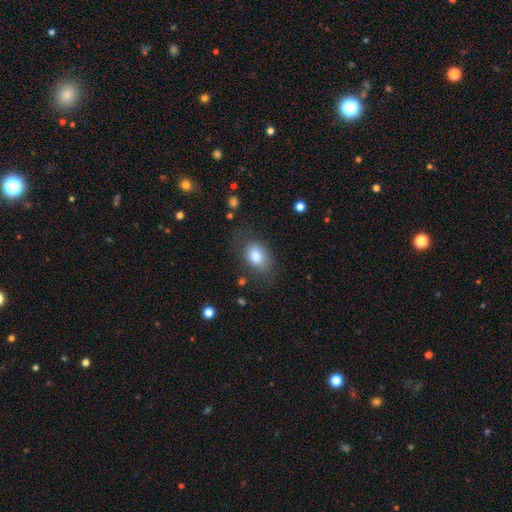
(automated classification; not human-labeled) The model was most divided on "merging": none: 63%, minor disturbance: 23%, major disturbance: 12%, merger: 2%. More confident: smooth or featured — smooth (80%); how rounded — in between (77%).